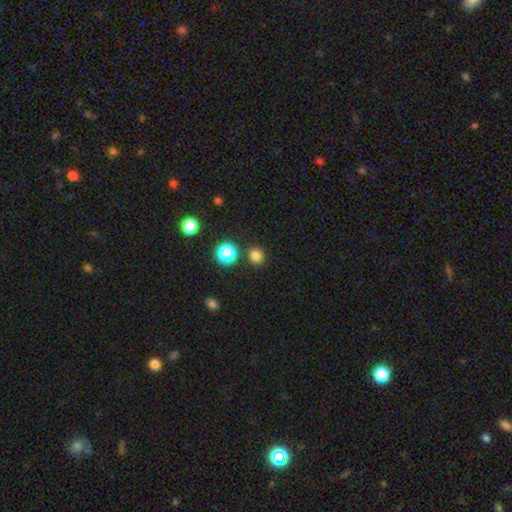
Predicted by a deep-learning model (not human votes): This appears to be a smooth galaxy with no disk features (80%) that is round (90%). Merging: none (87%).